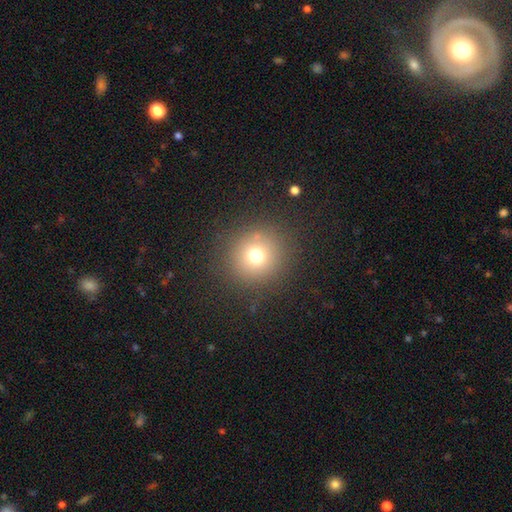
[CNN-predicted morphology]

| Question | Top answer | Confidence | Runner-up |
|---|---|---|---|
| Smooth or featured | smooth | 71% | star or artifact (19%) |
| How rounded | round | 94% | in between (5%) |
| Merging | none | 87% | minor disturbance (7%) |